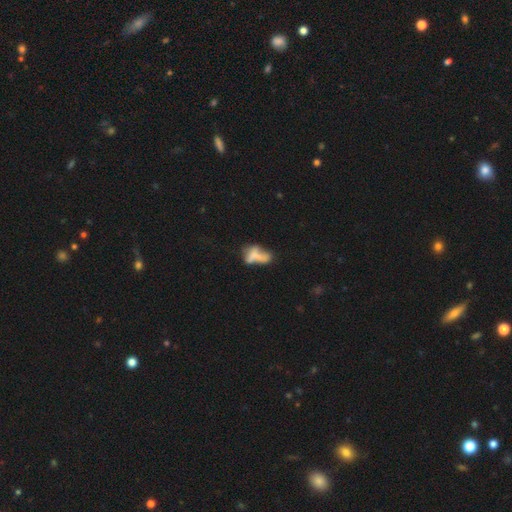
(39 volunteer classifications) Volunteers were most divided on "merging": merger: 46%, none: 24%, major disturbance: 22%, minor disturbance: 8%. More confident: how rounded — in between (89%); smooth or featured — smooth (69%).